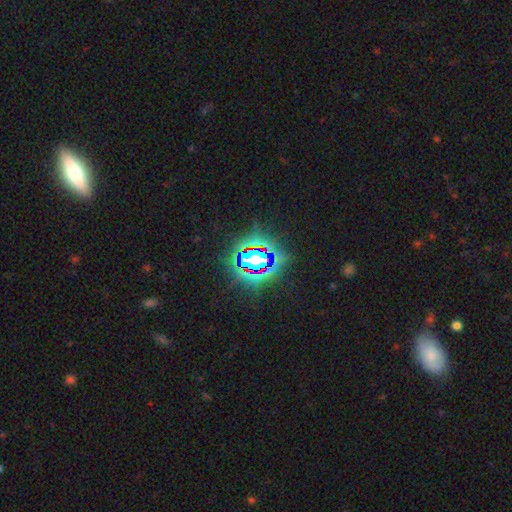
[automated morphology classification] smooth_or_featured: star or artifact (p=0.81) [alt: smooth p=0.11]